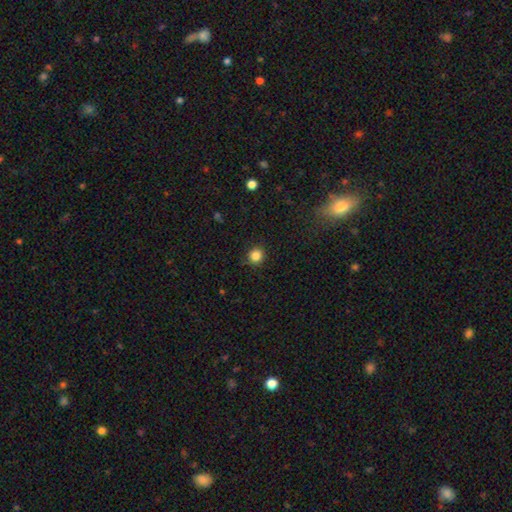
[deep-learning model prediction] Smooth or featured? Predicted: smooth (p=0.85). How rounded? Predicted: round (p=0.92). Merging? Predicted: none (p=0.89).